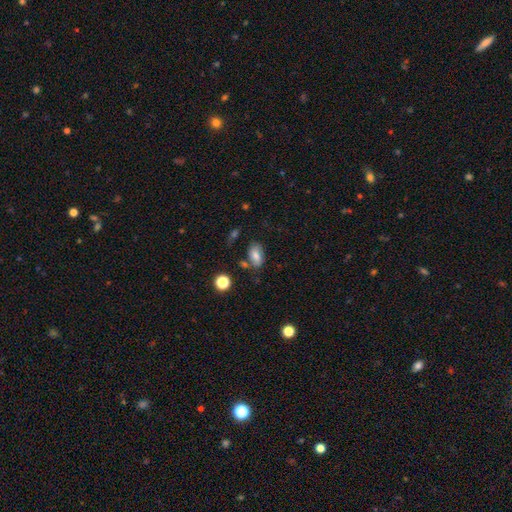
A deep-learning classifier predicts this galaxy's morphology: Smooth or featured? Predicted: smooth (p=0.73). How rounded? Predicted: in between (p=0.87). Merging? Predicted: none (p=0.65).